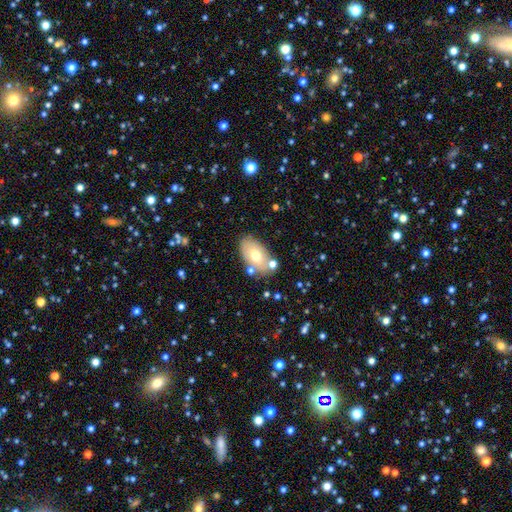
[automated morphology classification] The model was most divided on "smooth or featured": smooth: 62%, featured or disk: 30%, star or artifact: 8%. More confident: how rounded — in between (91%); merging — none (73%).